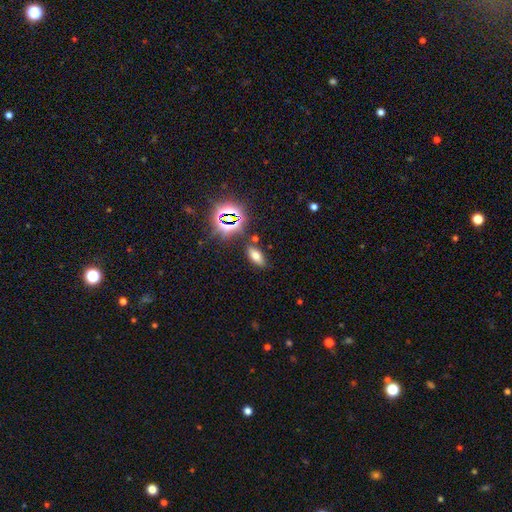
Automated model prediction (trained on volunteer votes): A smooth galaxy with no disk features (63%) that is in between round and cigar-shaped (82%). Merging: none (83%).